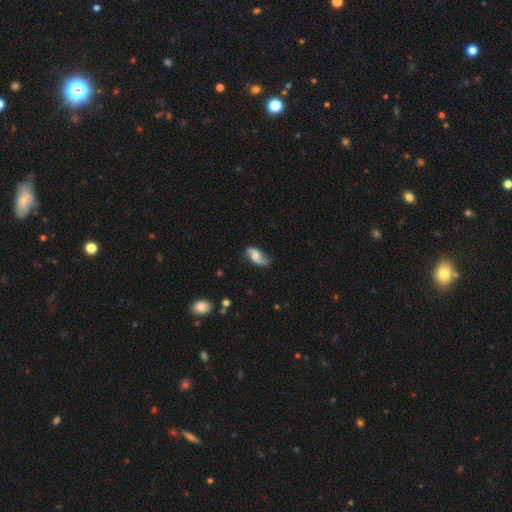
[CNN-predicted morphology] Smooth or featured? Predicted: featured or disk (p=0.71). Edge-on disk? Predicted: no (p=0.95). Bar? Predicted: no (p=0.56). Spiral arms? Predicted: yes (p=0.94). Spiral winding? Predicted: loose (p=0.70). Spiral arm count? Predicted: 2 (p=0.90). Bulge size? Predicted: moderate (p=0.45). Merging? Predicted: none (p=0.71).